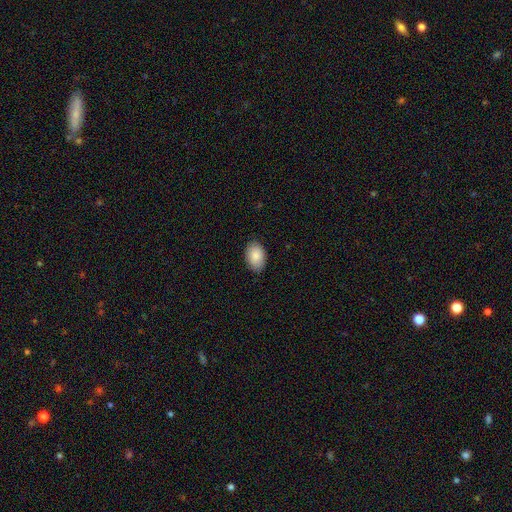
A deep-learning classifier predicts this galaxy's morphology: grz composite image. It shows a smooth galaxy with no disk features (87%) that is in between round and cigar-shaped (89%). Merging: none (86%).